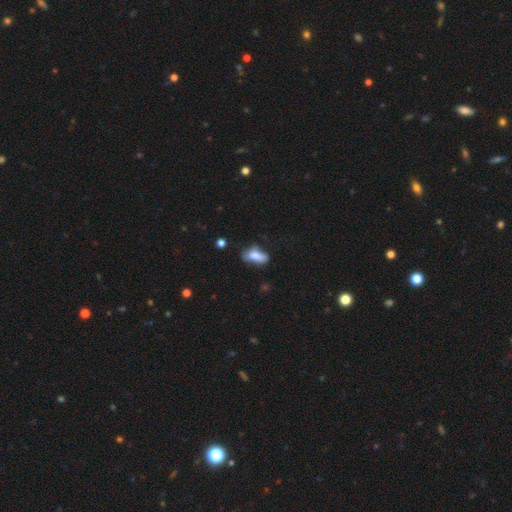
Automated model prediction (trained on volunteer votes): The model was most divided on "merging": none: 43%, minor disturbance: 35%, major disturbance: 17%, merger: 6%. More confident: how rounded — in between (85%); smooth or featured — smooth (75%).